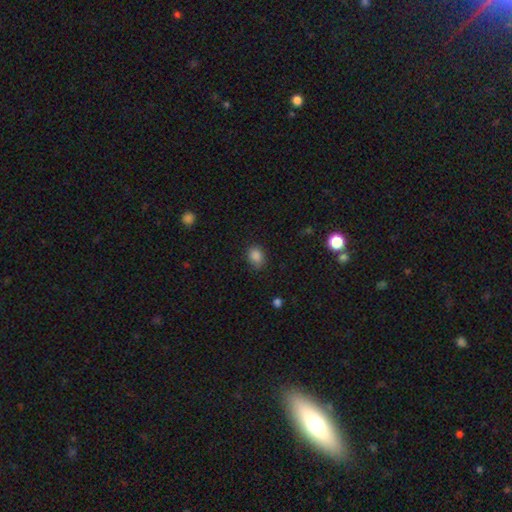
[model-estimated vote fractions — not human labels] Smooth or featured? Predicted: smooth (p=0.85). How rounded? Predicted: in between (p=0.52). Merging? Predicted: none (p=0.72).